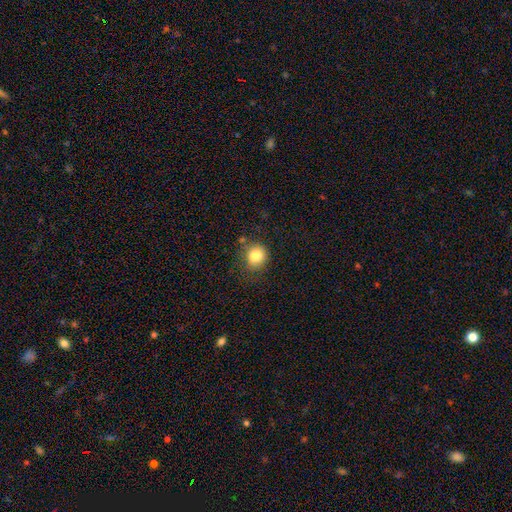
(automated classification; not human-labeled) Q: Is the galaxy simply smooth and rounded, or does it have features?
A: smooth — 82%.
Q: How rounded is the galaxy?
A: round — 79%.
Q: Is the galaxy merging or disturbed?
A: none — 71%.